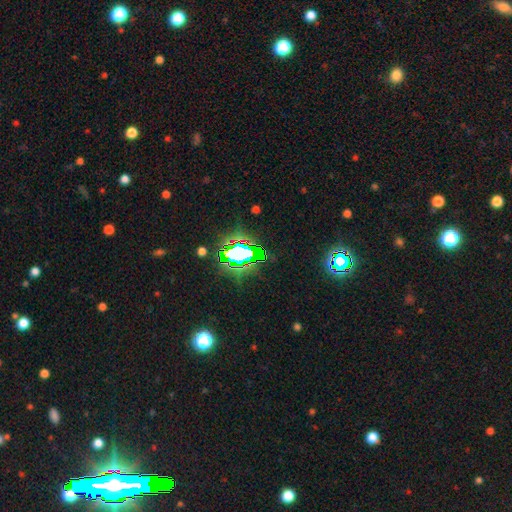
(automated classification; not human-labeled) smooth-or-featured: star or artifact: 78% | smooth: 13% | featured or disk: 9%